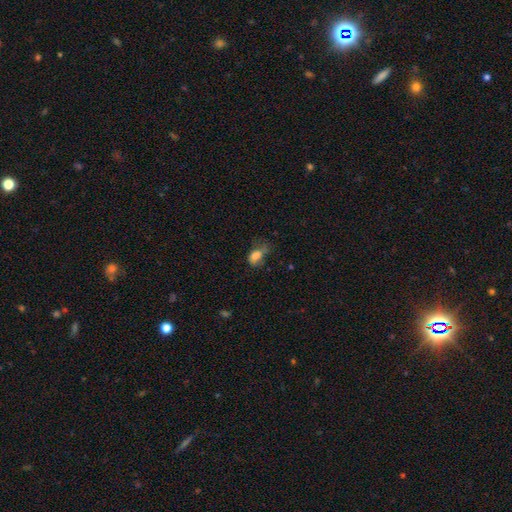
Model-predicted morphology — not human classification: Smooth or featured?
  - smooth: 76% *
  - featured or disk: 14%
  - star or artifact: 11%
How rounded?
  - in between: 83% *
  - round: 15%
  - cigar-shaped: 2%
Merging?
  - major disturbance: 34% *
  - minor disturbance: 32%
  - none: 30%
  - merger: 4%